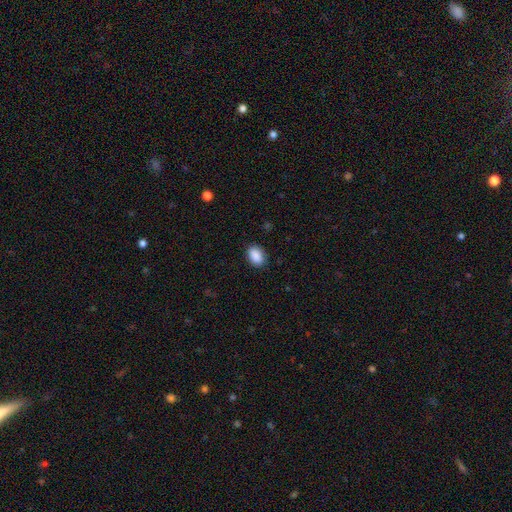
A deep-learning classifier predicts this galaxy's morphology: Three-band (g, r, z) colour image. It shows a smooth galaxy with no disk features (90%) that is in between round and cigar-shaped (85%). Merging: none (87%).